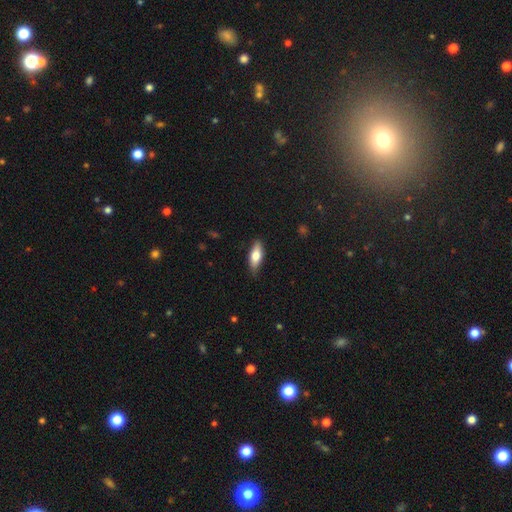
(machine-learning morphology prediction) Q: Smooth or featured?
A: smooth (70%); runner-up: featured or disk (24%)
Q: How rounded?
A: in between (66%); runner-up: cigar-shaped (32%)
Q: Merging?
A: none (83%); runner-up: minor disturbance (14%)